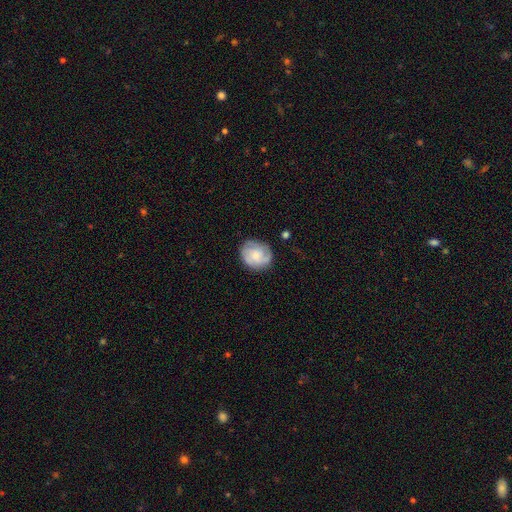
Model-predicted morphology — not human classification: Smooth or featured? featured or disk (57%)
Edge-on disk? no (98%)
Bar? no (72%)
Spiral arms? yes (89%)
Bulge size? moderate (37%)
Merging? none (74%)